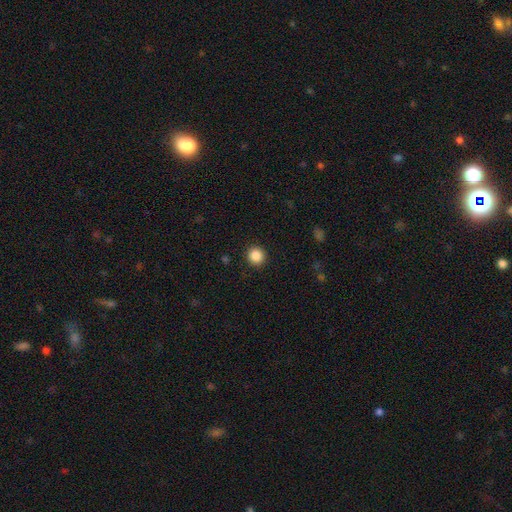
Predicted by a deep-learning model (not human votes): smooth_or_featured: smooth (p=0.87) [alt: star or artifact p=0.10]
how_rounded: round (p=0.93) [alt: in between p=0.06]
merging: none (p=0.92) [alt: minor disturbance p=0.05]